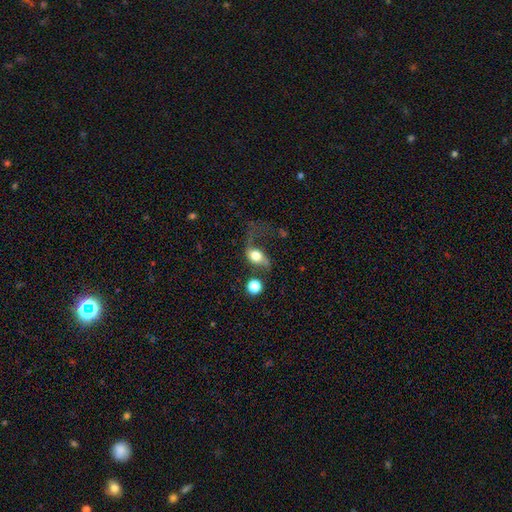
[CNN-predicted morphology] This appears to be a smooth galaxy with no disk features (58%) that is in between round and cigar-shaped (68%). Merging: major disturbance (45%).